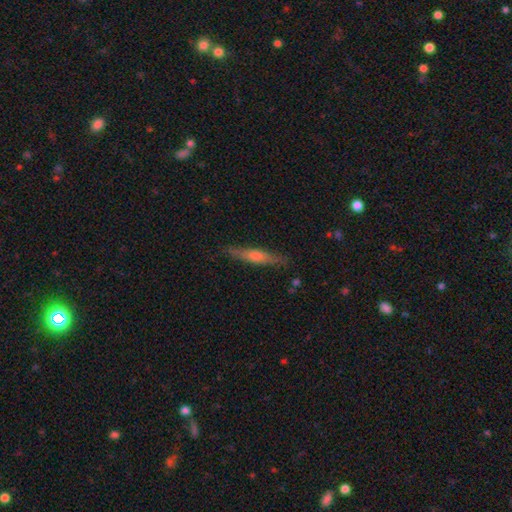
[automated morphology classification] type=featured or disk (54%); edge-on=yes (95%); edge-on bulge=rounded (70%); merging=none (86%).